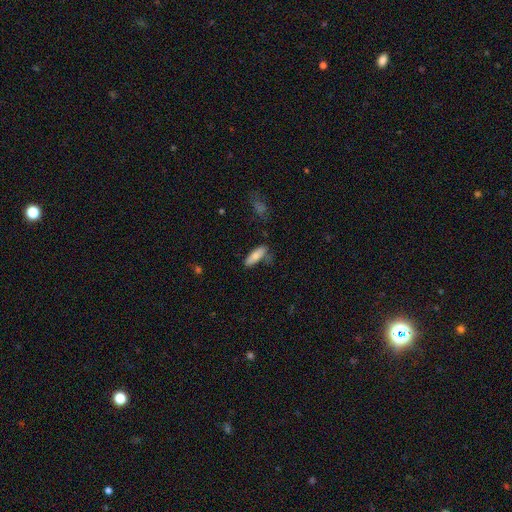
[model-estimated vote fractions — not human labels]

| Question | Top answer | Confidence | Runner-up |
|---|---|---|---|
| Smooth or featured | smooth | 76% | featured or disk (17%) |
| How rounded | in between | 62% | cigar-shaped (36%) |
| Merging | none | 67% | minor disturbance (22%) |